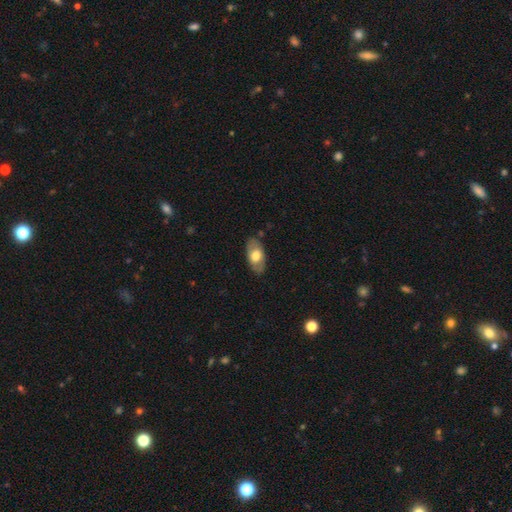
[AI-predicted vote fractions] smooth_or_featured: smooth (p=0.57) [alt: featured or disk p=0.37]
how_rounded: in between (p=0.92) [alt: round p=0.04]
merging: none (p=0.81) [alt: minor disturbance p=0.14]